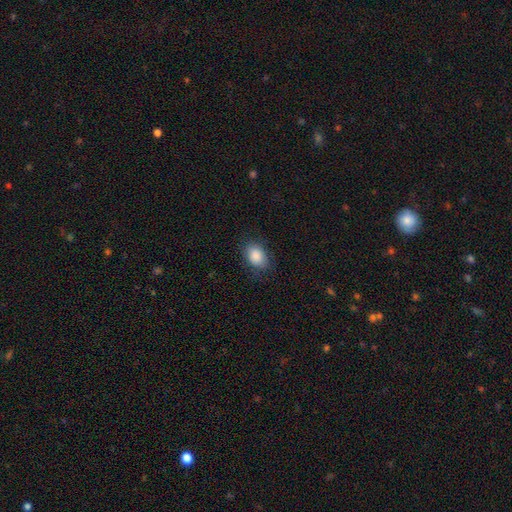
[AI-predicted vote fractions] Smooth or featured? Predicted: smooth (p=0.87). How rounded? Predicted: in between (p=0.78). Merging? Predicted: none (p=0.81).